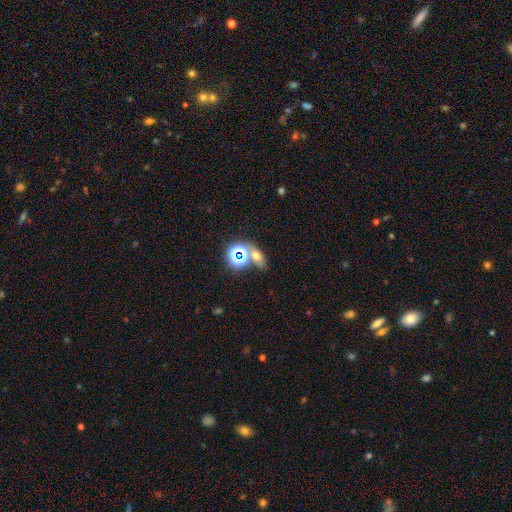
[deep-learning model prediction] Smooth or featured? smooth (48%)
Merging? none (59%)